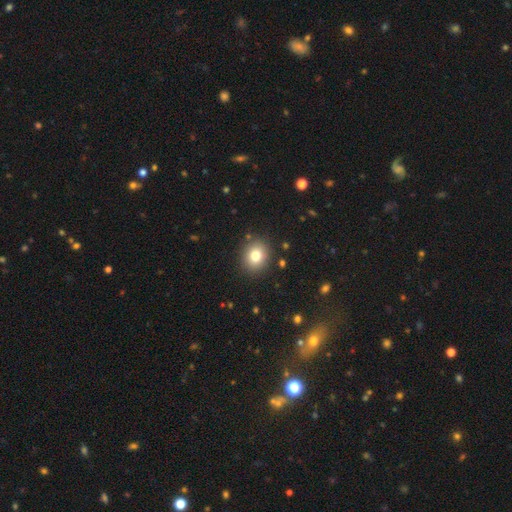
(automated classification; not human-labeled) This appears to be a smooth galaxy with no disk features (79%) that is round (67%). Merging: none (88%).